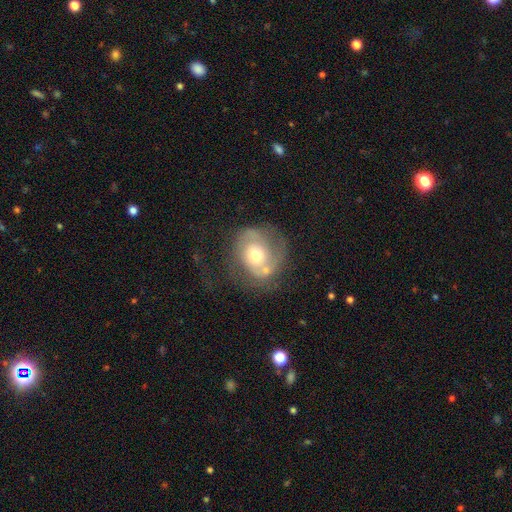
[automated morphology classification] type=featured or disk (63%); edge-on=no (97%); bar=no (75%); spiral arms=yes (76%); bulge=moderate (71%); merging=none (45%).